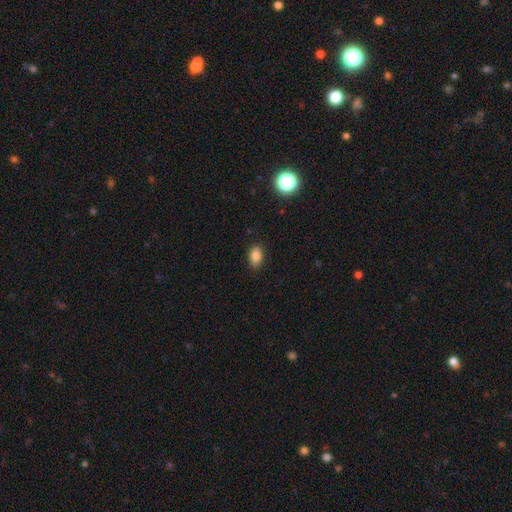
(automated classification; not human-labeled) This is clearly a smooth galaxy (85%). How rounded: clearly in between (87%). Merging: clearly none (86%).